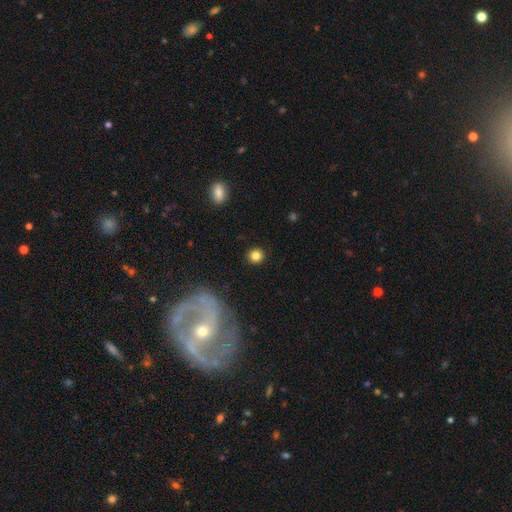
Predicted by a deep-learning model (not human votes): Q: Smooth or featured?
A: smooth (83%); runner-up: star or artifact (11%)
Q: How rounded?
A: round (92%); runner-up: in between (7%)
Q: Merging?
A: none (91%); runner-up: minor disturbance (5%)